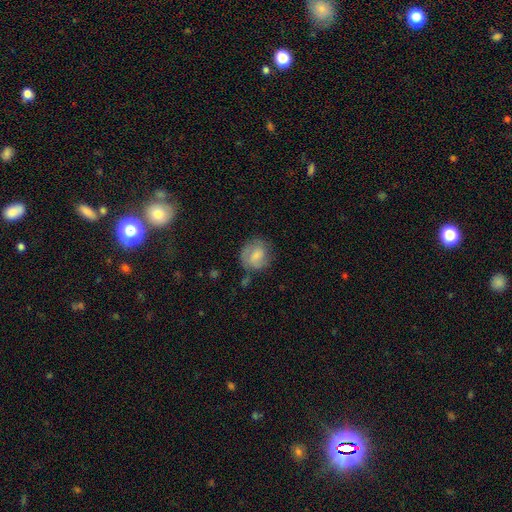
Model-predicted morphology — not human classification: smooth-or-featured: smooth: 59% | featured or disk: 33% | star or artifact: 8%
  how-rounded: round: 77% | in between: 21% | cigar-shaped: 1%
  merging: none: 63% | minor disturbance: 23% | major disturbance: 10% | merger: 3%